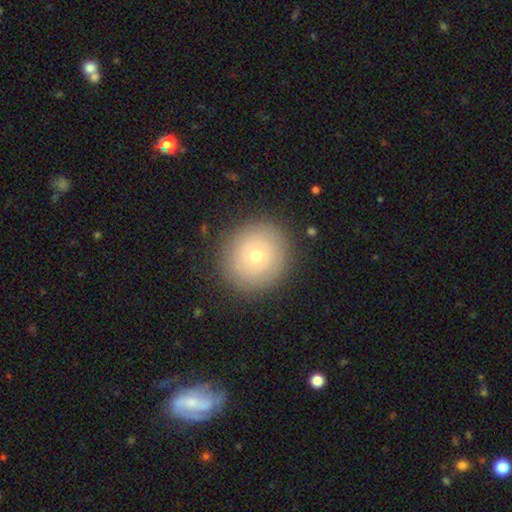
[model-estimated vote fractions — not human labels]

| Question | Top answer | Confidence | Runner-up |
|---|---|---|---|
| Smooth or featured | smooth | 63% | featured or disk (27%) |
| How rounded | round | 90% | in between (9%) |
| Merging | none | 87% | minor disturbance (8%) |